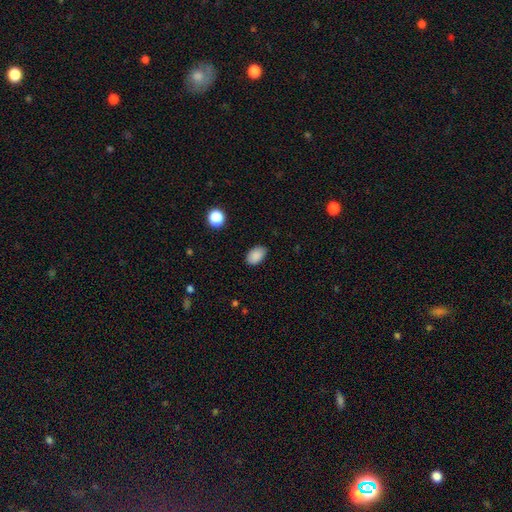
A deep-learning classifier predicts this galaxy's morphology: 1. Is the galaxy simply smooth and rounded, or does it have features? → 88% smooth, 8% star or artifact, 4% featured or disk.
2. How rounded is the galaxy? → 90% in between, 9% round, 1% cigar-shaped.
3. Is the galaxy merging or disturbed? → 83% none, 13% minor disturbance, 3% major disturbance, 1% merger.